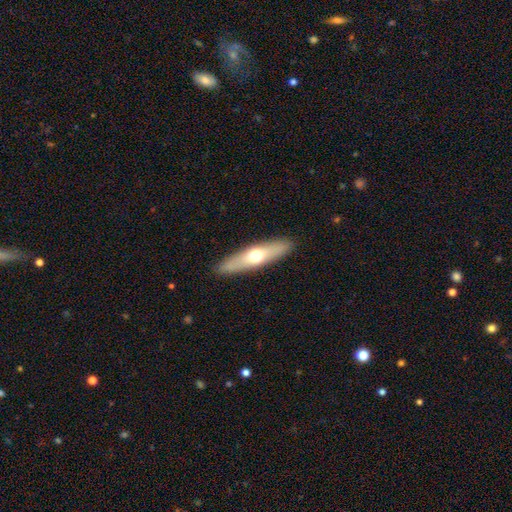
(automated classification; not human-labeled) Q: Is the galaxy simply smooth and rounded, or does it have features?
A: smooth — 52%.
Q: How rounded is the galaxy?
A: cigar-shaped — 72%.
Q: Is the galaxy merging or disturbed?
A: none — 90%.